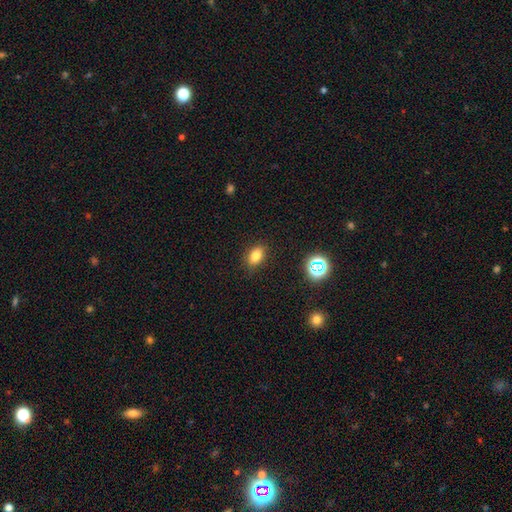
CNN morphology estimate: Smooth or featured? Predicted: smooth (p=0.80). How rounded? Predicted: in between (p=0.82). Merging? Predicted: none (p=0.86).